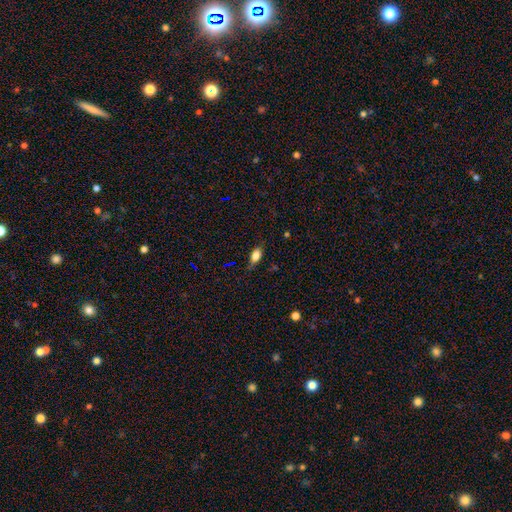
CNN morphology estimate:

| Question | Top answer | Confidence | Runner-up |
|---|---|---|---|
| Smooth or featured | smooth | 77% | featured or disk (13%) |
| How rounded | in between | 84% | cigar-shaped (9%) |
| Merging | none | 75% | minor disturbance (19%) |